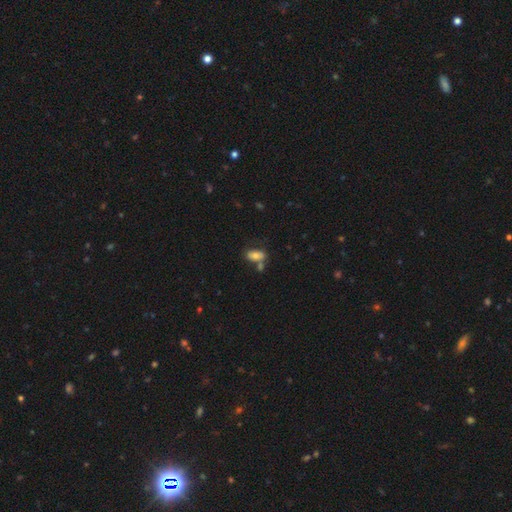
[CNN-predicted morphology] smooth-or-featured: smooth: 74% | featured or disk: 17% | star or artifact: 9%
  how-rounded: in between: 89% | round: 6% | cigar-shaped: 5%
  merging: none: 49% | merger: 28% | minor disturbance: 17% | major disturbance: 6%